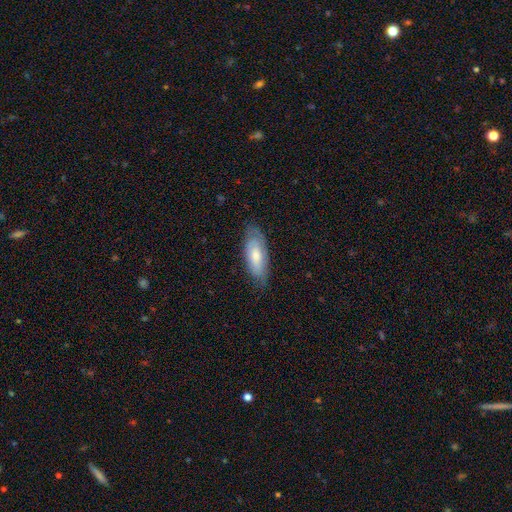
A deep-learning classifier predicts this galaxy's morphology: Smooth or featured? Predicted: smooth (p=0.58). How rounded? Predicted: in between (p=0.75). Merging? Predicted: none (p=0.72).